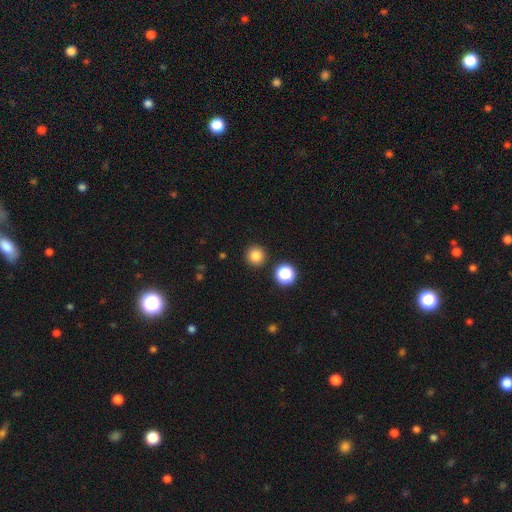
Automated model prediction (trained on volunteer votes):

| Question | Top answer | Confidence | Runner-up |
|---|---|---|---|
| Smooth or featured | smooth | 82% | star or artifact (13%) |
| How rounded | round | 95% | in between (4%) |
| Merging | none | 91% | minor disturbance (5%) |